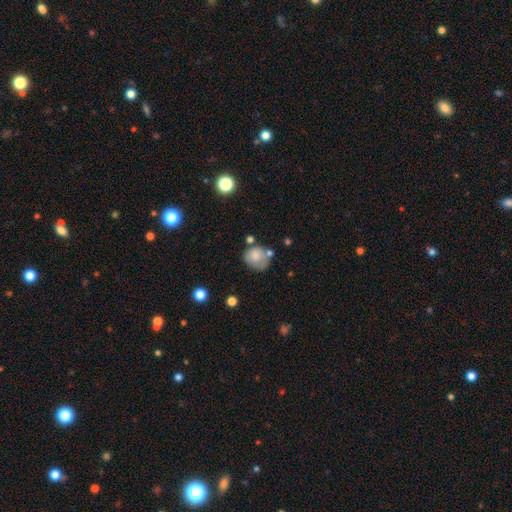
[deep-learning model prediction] Smooth or featured: smooth — 73% (featured or disk — 18%)
How rounded: round — 71% (in between — 28%)
Merging: none — 48% (minor disturbance — 27%)